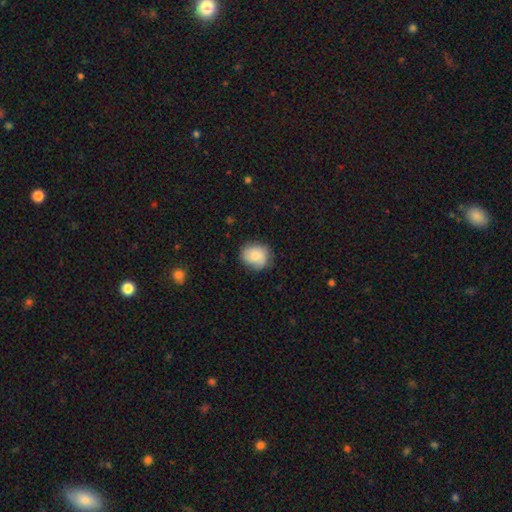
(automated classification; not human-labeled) Morphology: type=smooth (74%); roundness=round (75%); merging=none (78%).